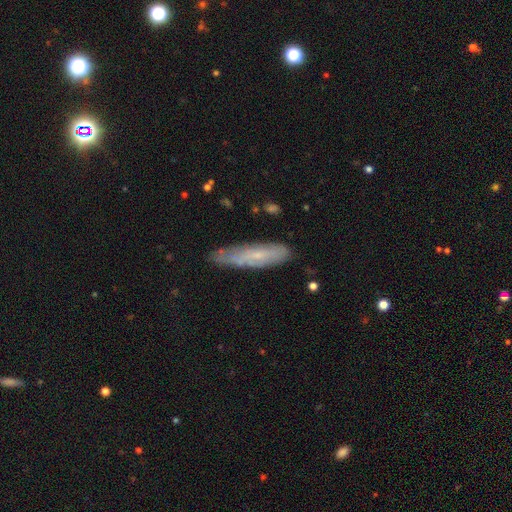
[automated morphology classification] Q: Smooth or featured?
A: smooth (48%); runner-up: featured or disk (43%)
Q: Merging?
A: none (71%); runner-up: minor disturbance (22%)